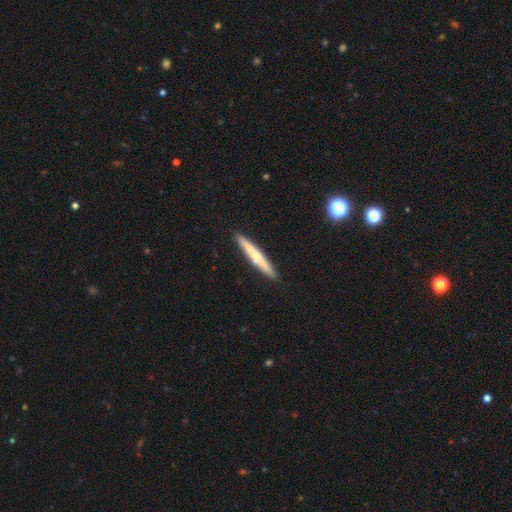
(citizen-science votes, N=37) A featured or disk galaxy (51%) viewed edge-on (95%) with no central bulge (44%, tied with rounded). Merging: none (86%).